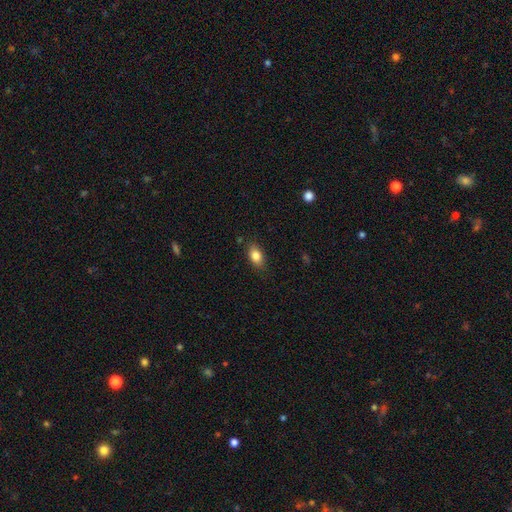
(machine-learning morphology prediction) Overall: smooth (84%). How rounded: in between (85%). Merging: none (82%).